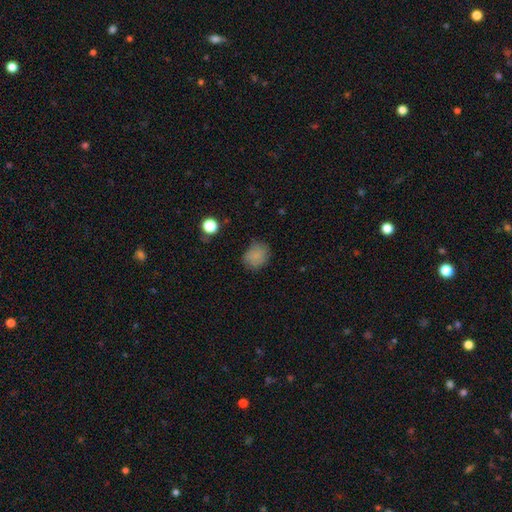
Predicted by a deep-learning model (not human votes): smooth_or_featured: smooth (p=0.80) [alt: star or artifact p=0.11]
how_rounded: round (p=0.62) [alt: in between p=0.37]
merging: none (p=0.70) [alt: minor disturbance p=0.23]